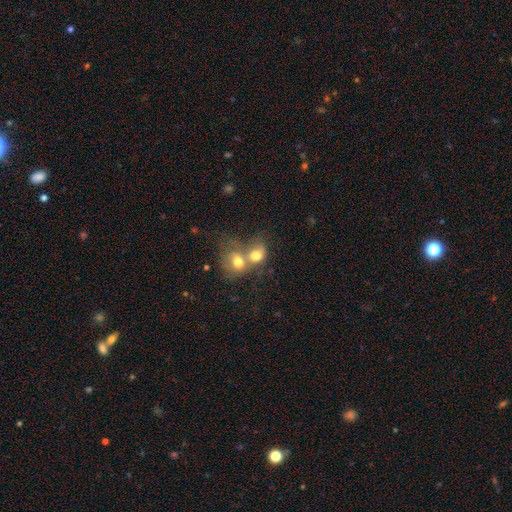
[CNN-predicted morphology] Smooth or featured? Predicted: smooth (p=0.71). How rounded? Predicted: round (p=0.55). Merging? Predicted: merger (p=0.74).